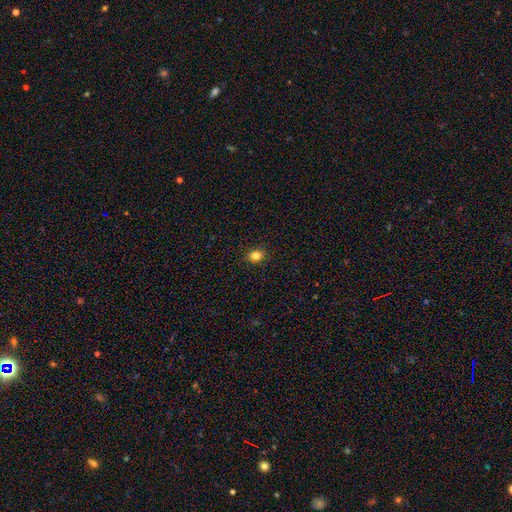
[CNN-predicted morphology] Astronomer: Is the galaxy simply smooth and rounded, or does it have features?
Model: smooth — 83%.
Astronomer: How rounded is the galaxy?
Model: in between — 50% (runner-up: round, 49%).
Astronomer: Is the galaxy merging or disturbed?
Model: none — 89%.